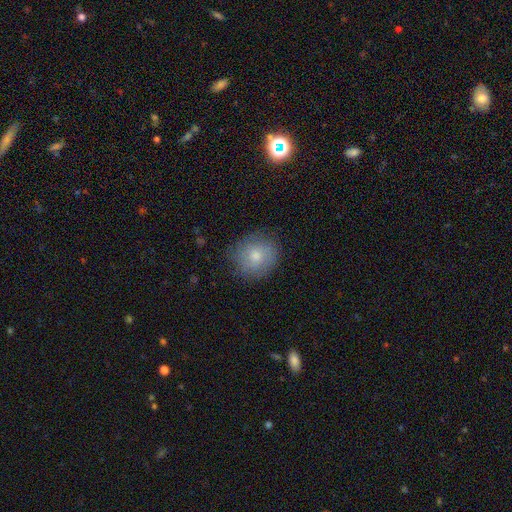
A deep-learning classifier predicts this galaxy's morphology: smooth_or_featured: smooth (p=0.68) [alt: featured or disk p=0.20]
how_rounded: round (p=0.85) [alt: in between p=0.14]
merging: none (p=0.81) [alt: minor disturbance p=0.14]